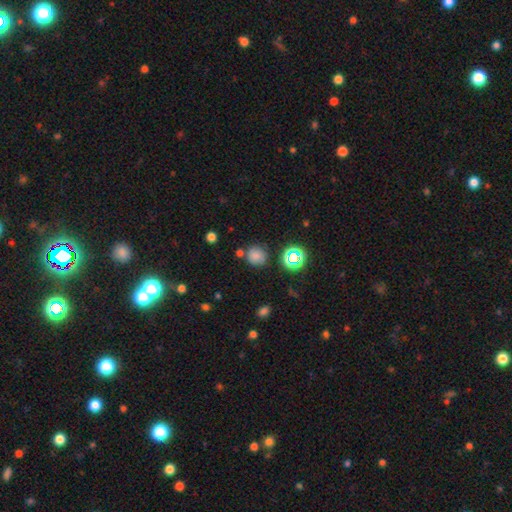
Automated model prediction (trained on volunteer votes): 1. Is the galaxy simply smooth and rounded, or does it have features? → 73% smooth, 19% star or artifact, 7% featured or disk.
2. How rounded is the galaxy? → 87% round, 12% in between, 1% cigar-shaped.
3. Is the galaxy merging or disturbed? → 71% none, 14% minor disturbance, 10% merger, 5% major disturbance.